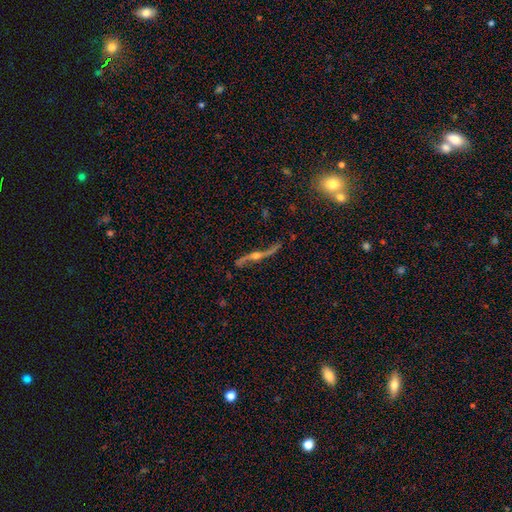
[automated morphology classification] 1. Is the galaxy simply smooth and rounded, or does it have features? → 84% featured or disk, 9% smooth, 7% star or artifact.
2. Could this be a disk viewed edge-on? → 53% yes, 47% no.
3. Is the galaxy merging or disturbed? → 65% none, 19% minor disturbance, 11% major disturbance, 5% merger.